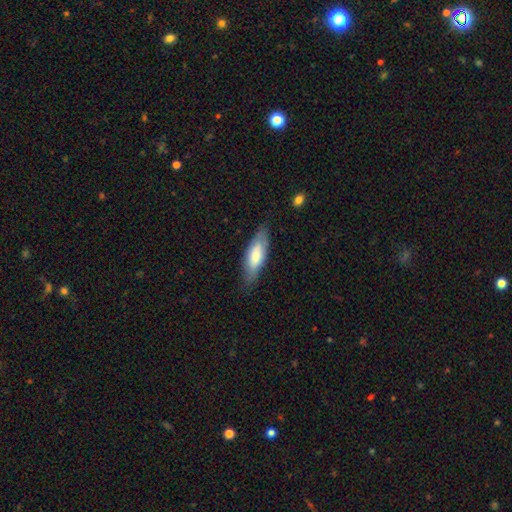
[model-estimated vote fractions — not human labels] smooth 72%, featured or disk 23%, star or artifact 6%. Down the decision tree: how rounded — in between (64%); merging — none (77%).